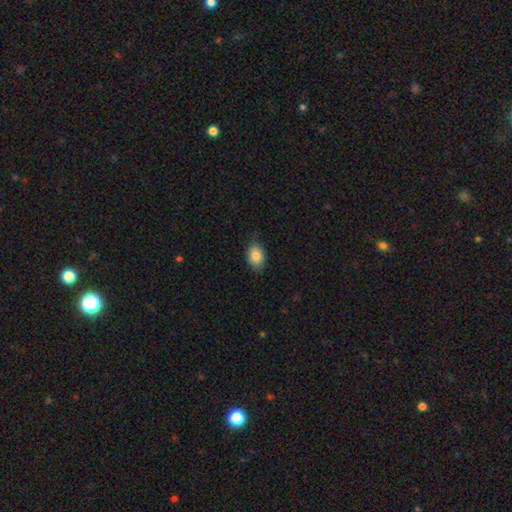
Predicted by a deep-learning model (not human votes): Smooth or featured?
  - smooth: 85% *
  - star or artifact: 8%
  - featured or disk: 7%
How rounded?
  - in between: 76% *
  - round: 23%
  - cigar-shaped: 1%
Merging?
  - none: 75% *
  - minor disturbance: 20%
  - major disturbance: 3%
  - merger: 1%